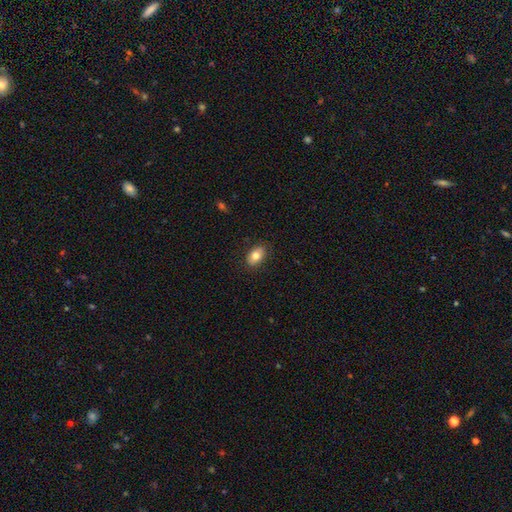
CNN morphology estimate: smooth-or-featured: smooth: 77% | featured or disk: 15% | star or artifact: 8%
  how-rounded: in between: 86% | round: 12% | cigar-shaped: 1%
  merging: none: 86% | minor disturbance: 10% | major disturbance: 2% | merger: 1%